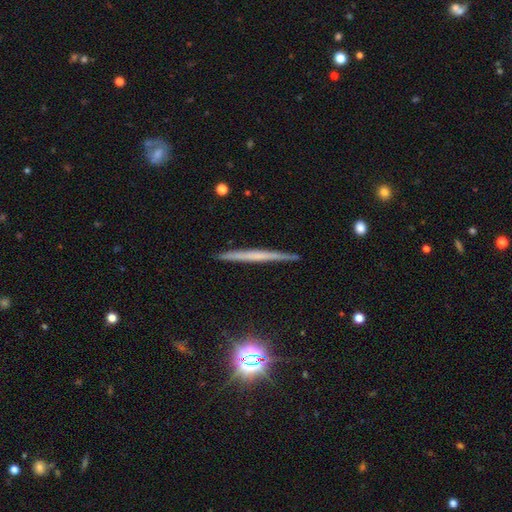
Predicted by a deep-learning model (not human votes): This is possibly a featured or disk galaxy (55%). It is clearly viewed edge-on (97%). Edge-on bulge: clearly none (81%). Merging: clearly none (91%).